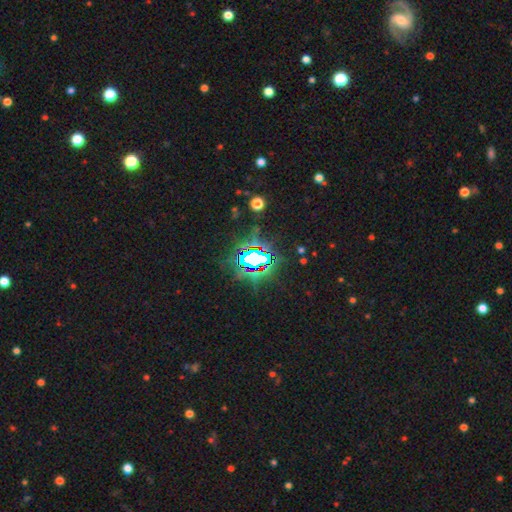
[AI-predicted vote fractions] The model was most divided on "smooth or featured": star or artifact: 76%, smooth: 12%, featured or disk: 12%.